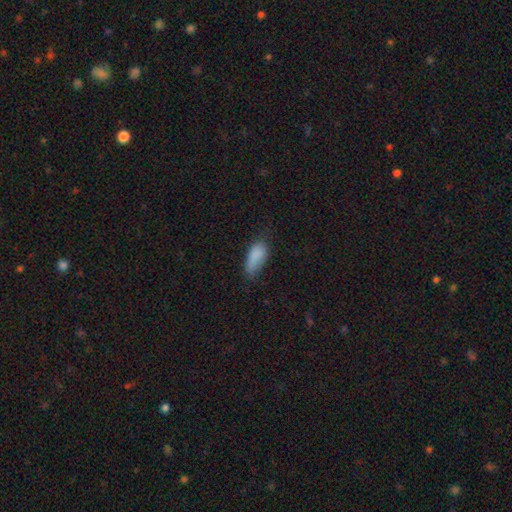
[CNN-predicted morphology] The model was most divided on "merging": none: 48%, minor disturbance: 36%, major disturbance: 14%, merger: 2%. More confident: how rounded — in between (88%); smooth or featured — smooth (84%).